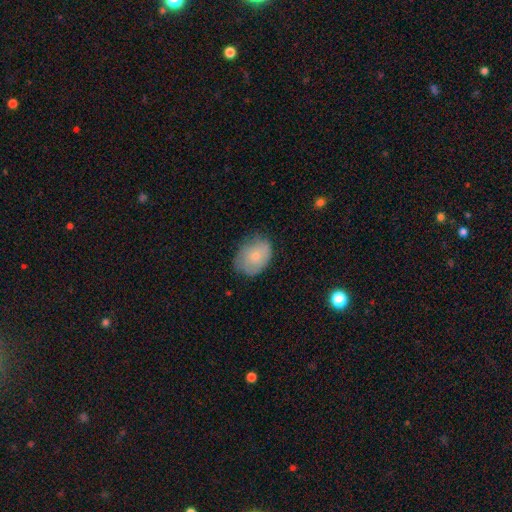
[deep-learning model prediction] Smooth or featured? Predicted: smooth (p=0.75). How rounded? Predicted: in between (p=0.64). Merging? Predicted: none (p=0.64).